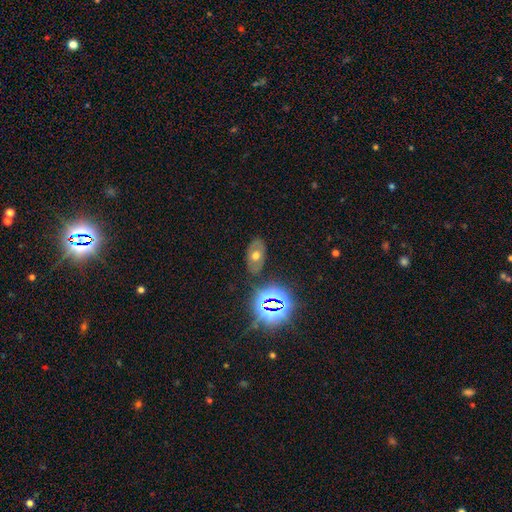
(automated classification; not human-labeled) Overall: smooth (43%; featured or disk 34%). Merging: none (80%).